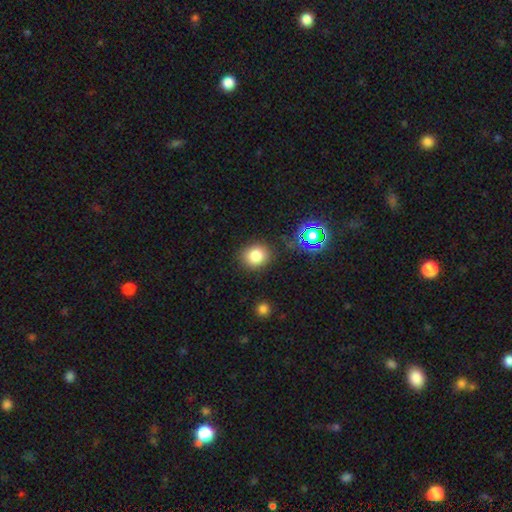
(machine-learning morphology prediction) Overall: smooth (81%). How rounded: round (75%). Merging: none (85%).